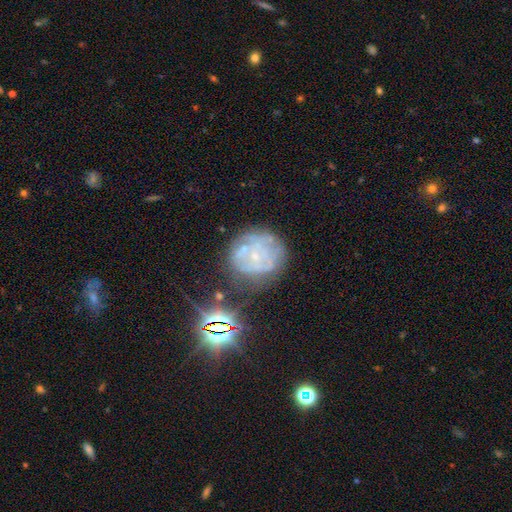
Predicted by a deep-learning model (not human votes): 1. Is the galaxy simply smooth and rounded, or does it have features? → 61% featured or disk, 23% smooth, 16% star or artifact.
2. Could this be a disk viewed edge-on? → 97% no, 3% yes.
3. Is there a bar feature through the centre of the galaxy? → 84% no, 12% weak, 4% strong.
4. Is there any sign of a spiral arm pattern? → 54% no, 46% yes.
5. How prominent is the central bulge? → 74% small, 12% moderate, 11% none, 1% large, 1% dominant.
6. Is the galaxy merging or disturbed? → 58% none, 21% minor disturbance, 13% major disturbance, 7% merger.